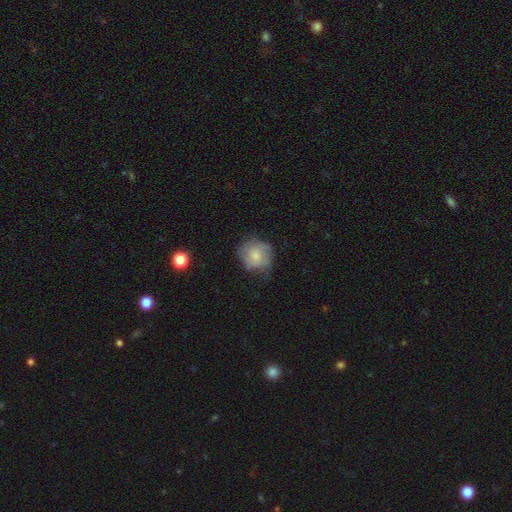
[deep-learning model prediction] A smooth galaxy with no disk features (67%) that is round (83%). Merging: none (52%).